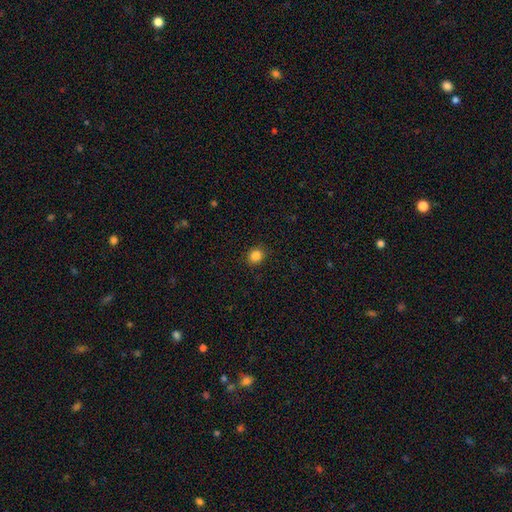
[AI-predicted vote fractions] smooth_or_featured: smooth (p=0.85) [alt: star or artifact p=0.11]
how_rounded: round (p=0.78) [alt: in between p=0.21]
merging: none (p=0.90) [alt: minor disturbance p=0.07]